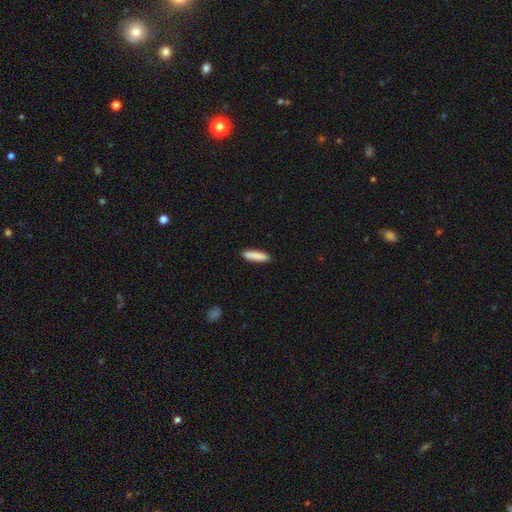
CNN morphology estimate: Overall: smooth (88%). How rounded: cigar-shaped (74%). Merging: none (89%).